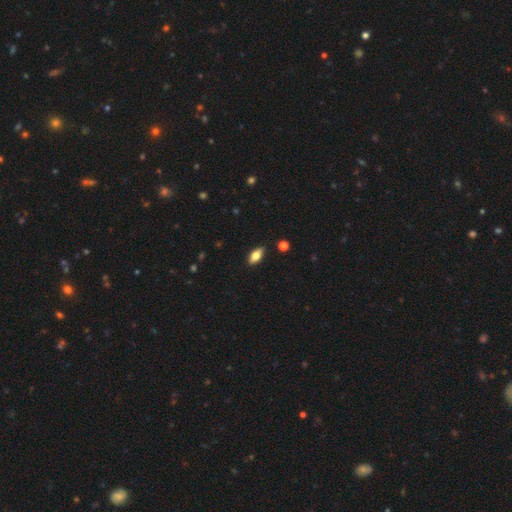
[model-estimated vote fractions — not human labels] Q: Smooth or featured?
A: smooth (71%); runner-up: featured or disk (22%)
Q: How rounded?
A: in between (84%); runner-up: cigar-shaped (13%)
Q: Merging?
A: none (86%); runner-up: minor disturbance (10%)